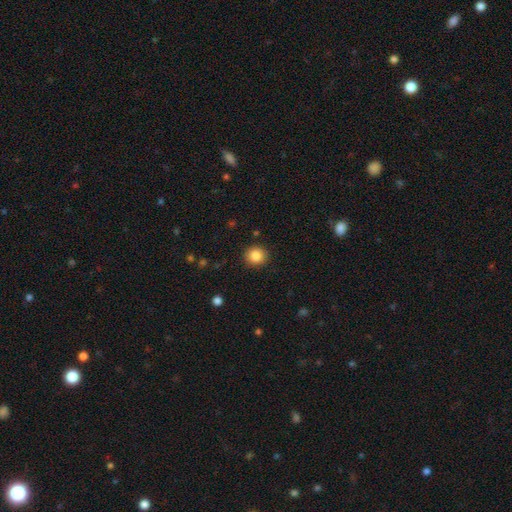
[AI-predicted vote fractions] A smooth galaxy with no disk features (85%) that is round (88%).

Vote fractions:
- Smooth or featured? smooth: 85% / star or artifact: 10% / featured or disk: 5%
- How rounded? round: 88% / in between: 11% / cigar-shaped: 1%
- Merging? none: 91% / minor disturbance: 6% / major disturbance: 2% / merger: 1%